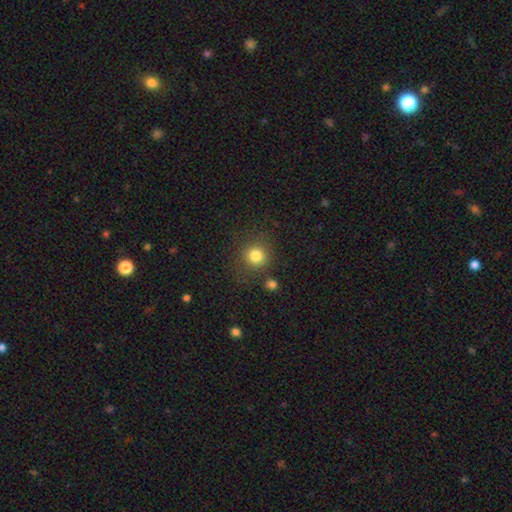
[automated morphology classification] smooth 81%, star or artifact 13%, featured or disk 6%. Down the decision tree: how rounded — round (91%); merging — none (81%).